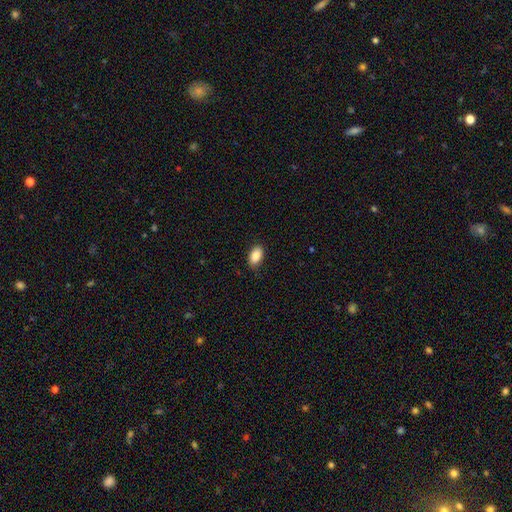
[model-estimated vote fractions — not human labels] Q: Smooth or featured?
A: smooth (88%); runner-up: star or artifact (7%)
Q: How rounded?
A: in between (92%); runner-up: round (6%)
Q: Merging?
A: none (85%); runner-up: minor disturbance (11%)